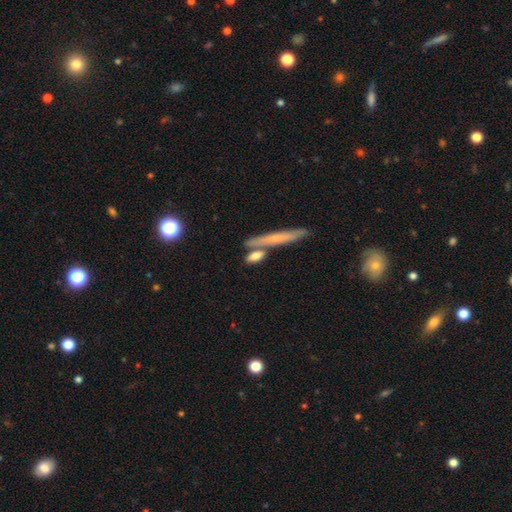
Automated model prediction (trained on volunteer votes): smooth-or-featured: smooth: 72% | featured or disk: 21% | star or artifact: 7%
  how-rounded: cigar-shaped: 48% | in between: 45% | round: 7%
  merging: none: 59% | merger: 24% | minor disturbance: 13% | major disturbance: 5%